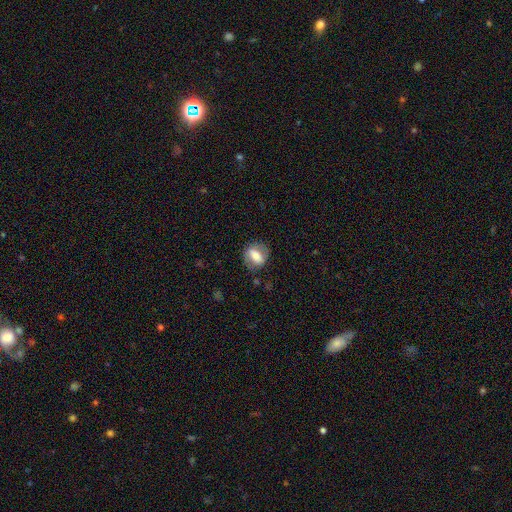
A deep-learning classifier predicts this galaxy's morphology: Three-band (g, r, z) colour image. It shows a smooth galaxy with no disk features (58%) that is in between round and cigar-shaped (60%). Merging: none (74%).